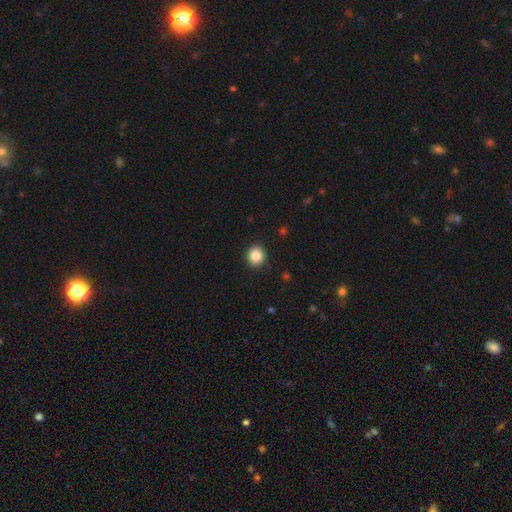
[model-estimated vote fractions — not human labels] Overall: smooth (86%). How rounded: round (87%). Merging: none (92%).